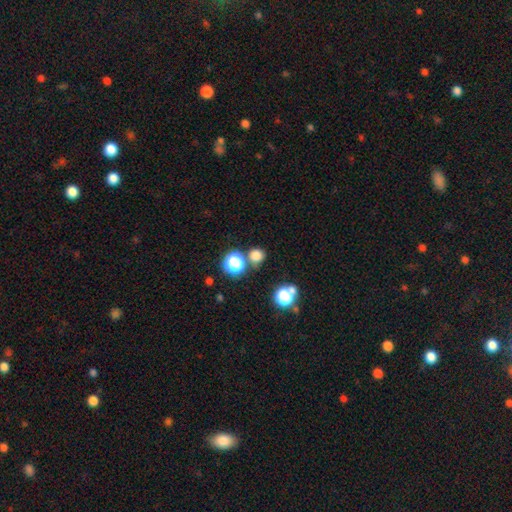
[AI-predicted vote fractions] smooth-or-featured: smooth: 74% | star or artifact: 21% | featured or disk: 5%
  how-rounded: round: 90% | in between: 8% | cigar-shaped: 1%
  merging: none: 78% | merger: 11% | minor disturbance: 8% | major disturbance: 3%